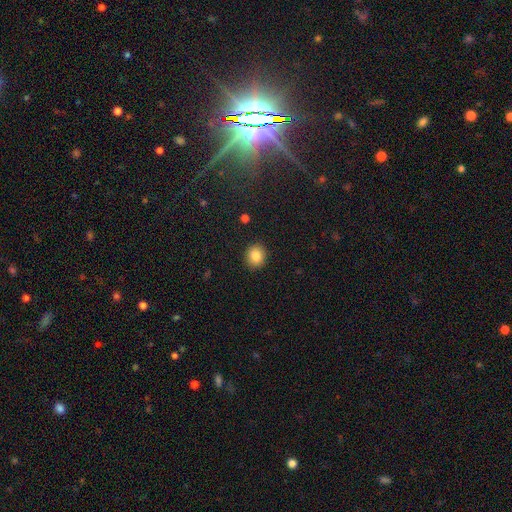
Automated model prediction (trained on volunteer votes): A smooth galaxy with no disk features (85%) that is round (78%). Merging: none (91%).